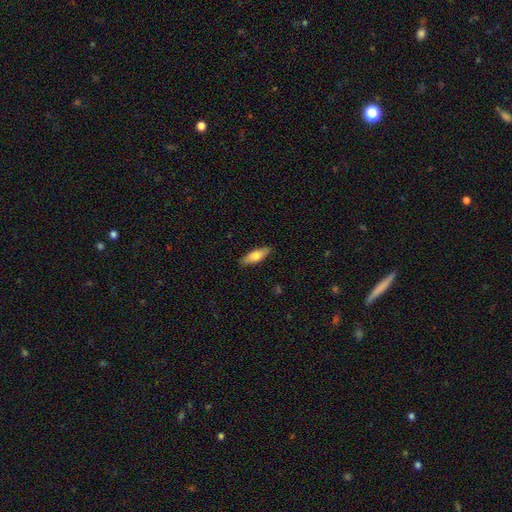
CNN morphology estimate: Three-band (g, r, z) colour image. It shows a smooth galaxy with no disk features (70%) that is in between round and cigar-shaped (57%). Merging: none (88%).